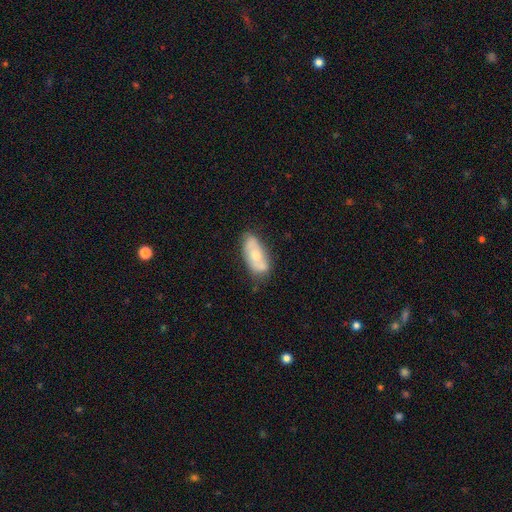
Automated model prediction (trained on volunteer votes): smooth_or_featured: smooth (p=0.51) [alt: featured or disk p=0.42]
how_rounded: in between (p=0.83) [alt: cigar-shaped p=0.14]
merging: none (p=0.67) [alt: minor disturbance p=0.21]